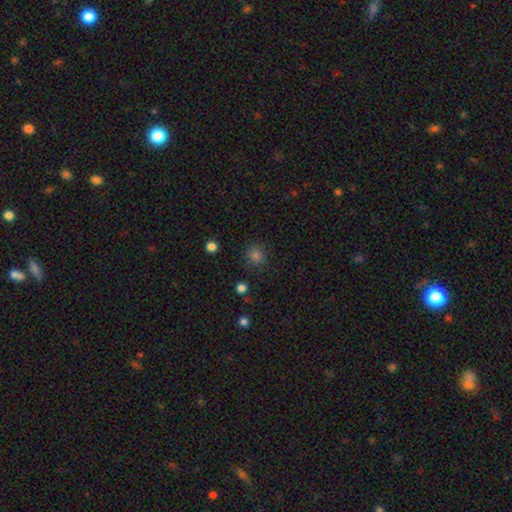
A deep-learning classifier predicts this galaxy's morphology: Q: Smooth or featured?
A: smooth (79%); runner-up: star or artifact (17%)
Q: How rounded?
A: round (91%); runner-up: in between (8%)
Q: Merging?
A: none (87%); runner-up: minor disturbance (8%)